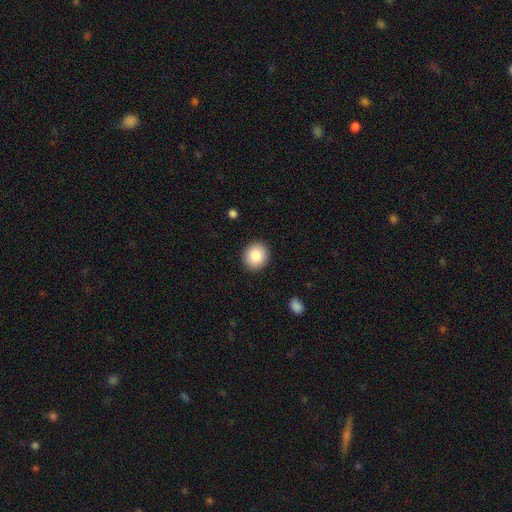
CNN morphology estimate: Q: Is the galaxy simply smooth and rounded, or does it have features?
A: smooth — 86%.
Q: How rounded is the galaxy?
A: round — 85%.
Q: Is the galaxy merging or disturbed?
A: none — 91%.